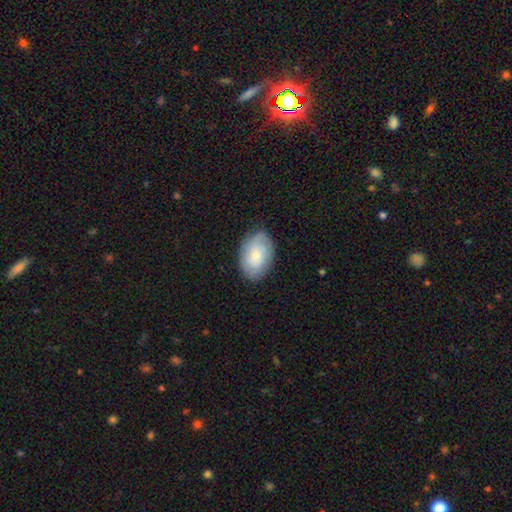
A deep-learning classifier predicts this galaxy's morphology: Smooth or featured? Predicted: smooth (p=0.69). How rounded? Predicted: in between (p=0.87). Merging? Predicted: none (p=0.79).